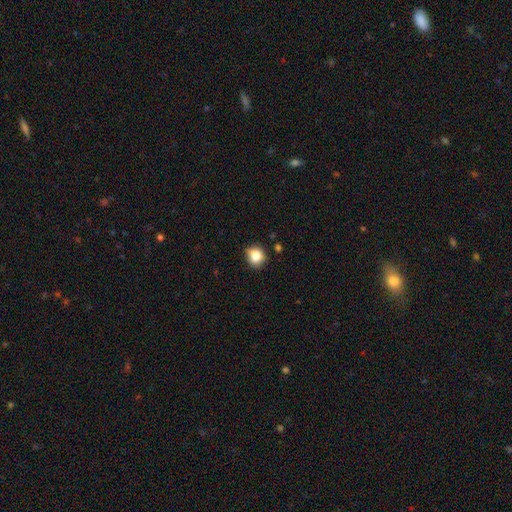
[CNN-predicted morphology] This appears to be a smooth galaxy with no disk features (85%) that is round (80%). Merging: none (72%).